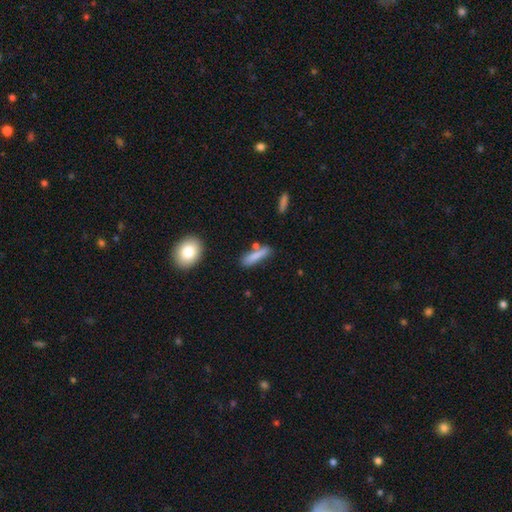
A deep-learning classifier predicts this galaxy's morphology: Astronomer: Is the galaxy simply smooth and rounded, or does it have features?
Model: smooth — 79%.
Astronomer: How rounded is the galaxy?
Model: cigar-shaped — 77%.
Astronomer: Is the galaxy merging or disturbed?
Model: none — 71%.